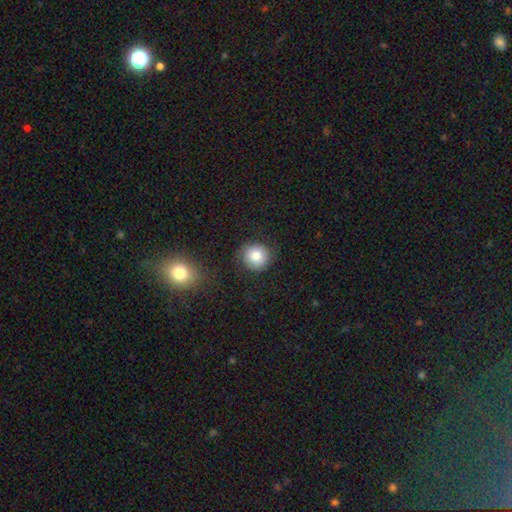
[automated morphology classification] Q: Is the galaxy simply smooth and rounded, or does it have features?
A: smooth — 80%.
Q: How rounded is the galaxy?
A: round — 91%.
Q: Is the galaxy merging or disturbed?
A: none — 81%.